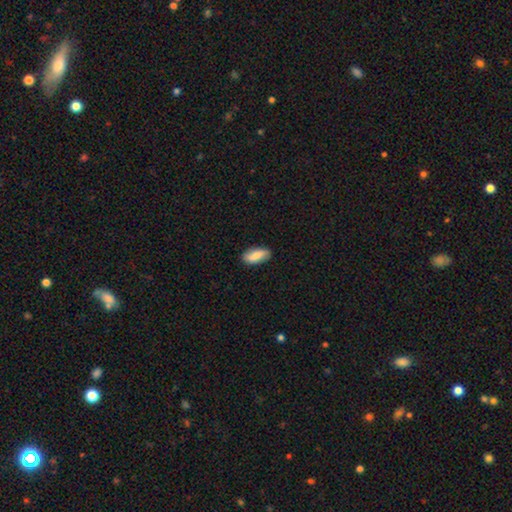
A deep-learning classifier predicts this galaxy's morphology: Smooth or featured: smooth — 79% (featured or disk — 15%)
How rounded: in between — 87% (cigar-shaped — 10%)
Merging: none — 86% (minor disturbance — 11%)